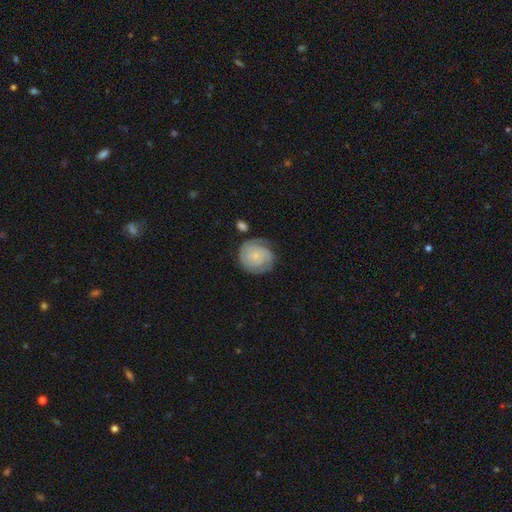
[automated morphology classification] Overall: featured or disk (66%; smooth 28%). Edge-on disk: no (98%). Bar: no (79%). Spiral arms: yes (92%). Spiral arm count: 2 (44%; can't tell 26%). Spiral winding: tight (74%). Bulge size: small (73%). Merging: none (68%).